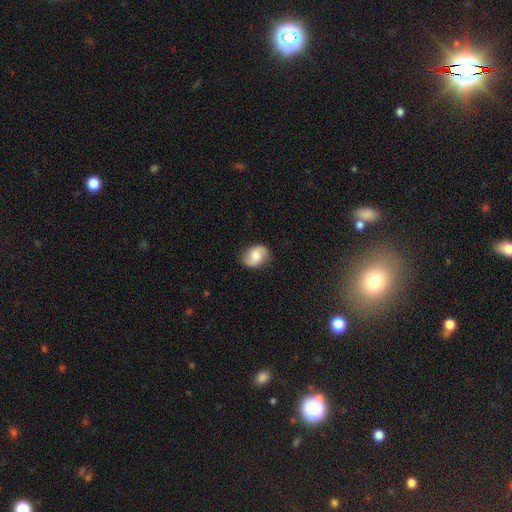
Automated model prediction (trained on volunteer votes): This is possibly a featured or disk galaxy (47%). Merging: clearly none (81%).